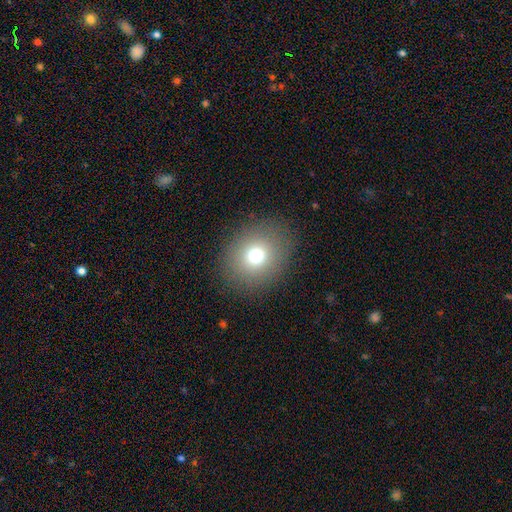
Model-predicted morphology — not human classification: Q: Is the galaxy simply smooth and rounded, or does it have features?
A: smooth — 76%.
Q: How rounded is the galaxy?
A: round — 61%.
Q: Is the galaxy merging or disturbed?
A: none — 87%.